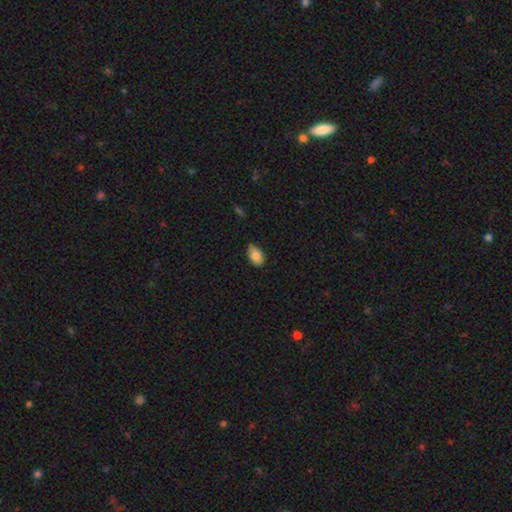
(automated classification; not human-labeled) smooth_or_featured: smooth (p=0.85) [alt: star or artifact p=0.07]
how_rounded: in between (p=0.91) [alt: round p=0.08]
merging: none (p=0.67) [alt: minor disturbance p=0.28]